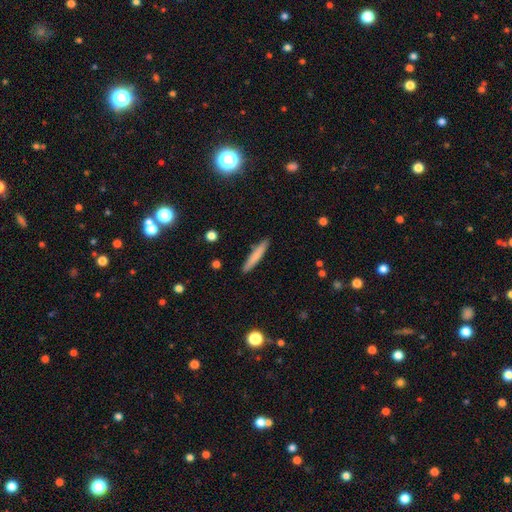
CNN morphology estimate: Smooth or featured?
  - smooth: 75% *
  - featured or disk: 19%
  - star or artifact: 6%
How rounded?
  - cigar-shaped: 94% *
  - in between: 5%
  - round: 1%
Merging?
  - none: 90% *
  - minor disturbance: 7%
  - major disturbance: 1%
  - merger: 1%